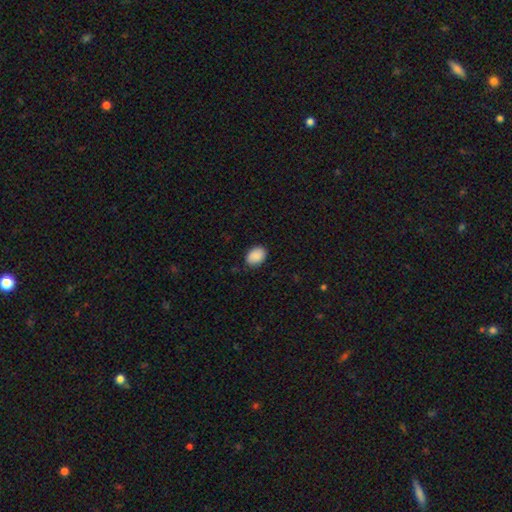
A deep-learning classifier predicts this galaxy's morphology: Q: Smooth or featured?
A: smooth (90%); runner-up: star or artifact (7%)
Q: How rounded?
A: in between (75%); runner-up: round (24%)
Q: Merging?
A: none (83%); runner-up: minor disturbance (14%)